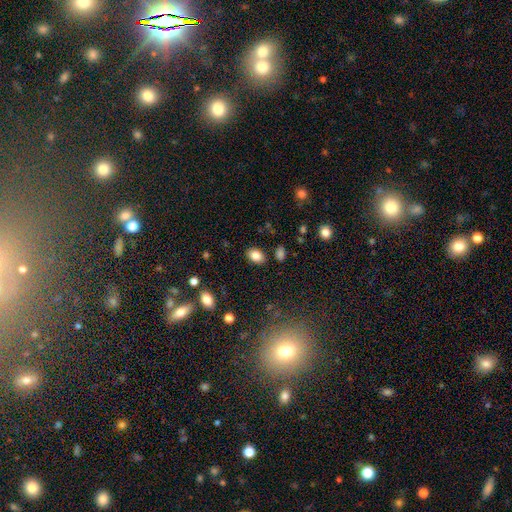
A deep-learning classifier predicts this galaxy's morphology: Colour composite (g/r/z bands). It shows a smooth galaxy with no disk features (84%) that is in between round and cigar-shaped (82%). Merging: none (85%).